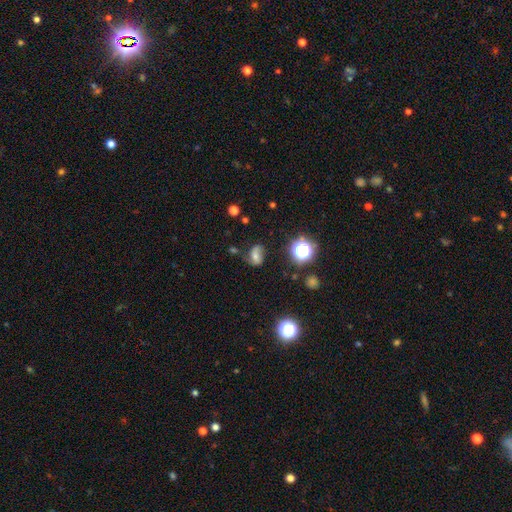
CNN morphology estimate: Overall: smooth (41%; featured or disk 40%). Merging: none (55%; minor disturbance 26%).